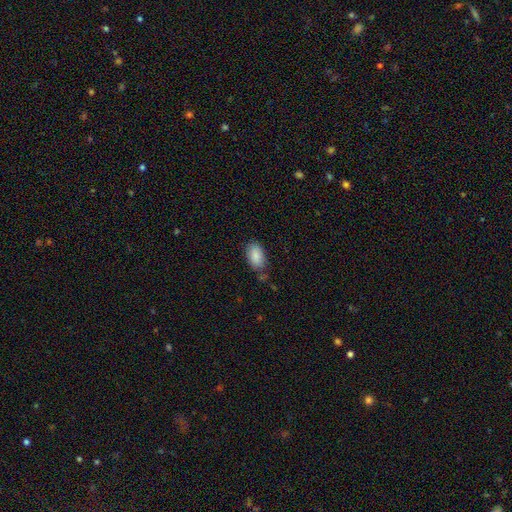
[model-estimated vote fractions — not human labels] Smooth or featured: smooth — 88% (star or artifact — 7%)
How rounded: in between — 93% (round — 5%)
Merging: none — 71% (minor disturbance — 20%)